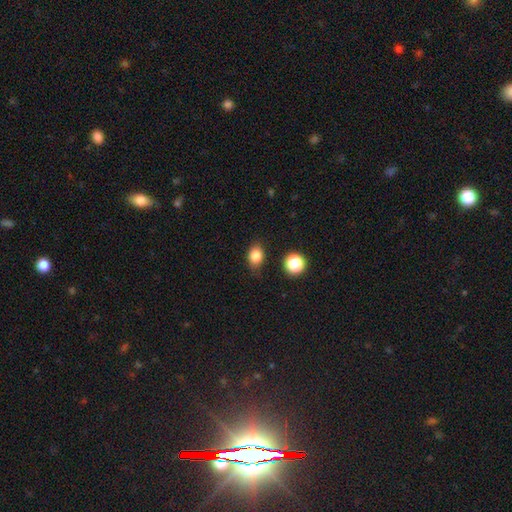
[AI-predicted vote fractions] Smooth or featured? smooth (83%)
How rounded? in between (61%)
Merging? none (75%)